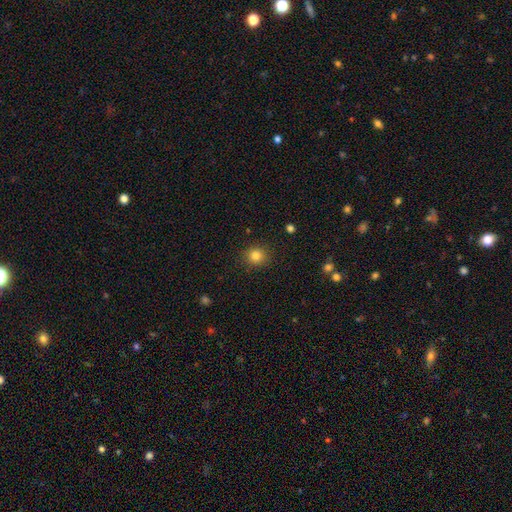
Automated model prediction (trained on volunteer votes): smooth-or-featured: smooth: 82% | star or artifact: 12% | featured or disk: 5%
  how-rounded: round: 88% | in between: 12% | cigar-shaped: 1%
  merging: none: 89% | minor disturbance: 7% | major disturbance: 2% | merger: 1%